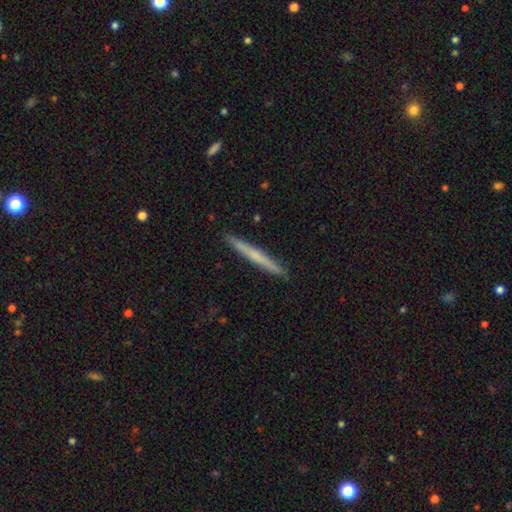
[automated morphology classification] smooth_or_featured: smooth (p=0.50) [alt: featured or disk p=0.45]
merging: none (p=0.92) [alt: minor disturbance p=0.06]